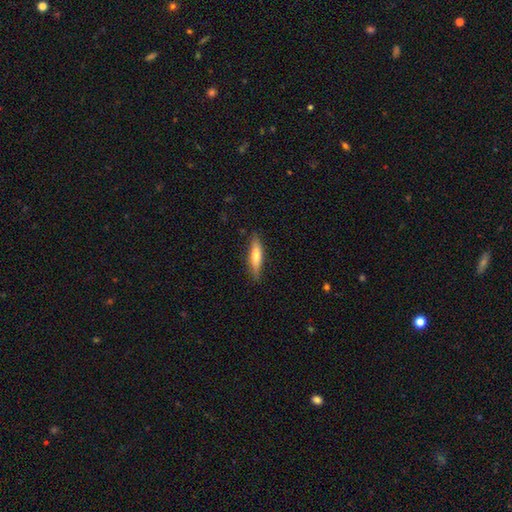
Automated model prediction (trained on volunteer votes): Smooth or featured? Predicted: smooth (p=0.61). How rounded? Predicted: cigar-shaped (p=0.76). Merging? Predicted: none (p=0.84).